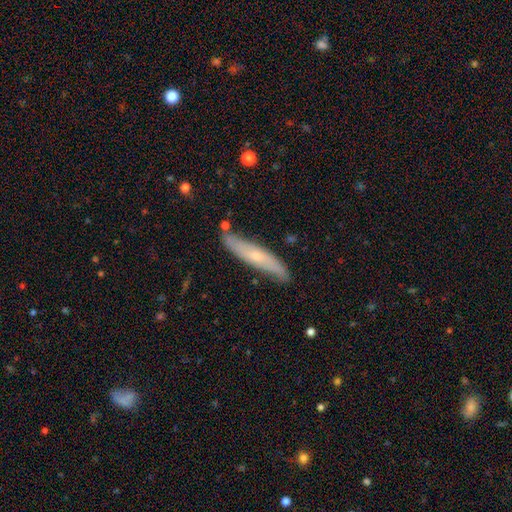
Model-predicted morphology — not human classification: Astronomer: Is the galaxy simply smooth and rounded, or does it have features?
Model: featured or disk — 47%, tied with smooth at 47%.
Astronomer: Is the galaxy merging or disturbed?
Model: none — 80%.